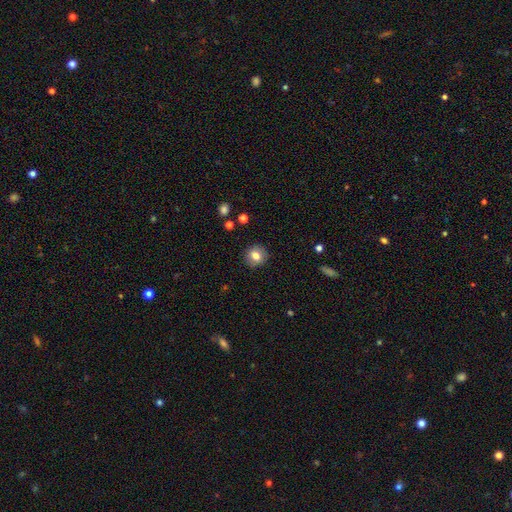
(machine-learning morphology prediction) Smooth or featured: smooth — 78% (featured or disk — 12%)
How rounded: round — 86% (in between — 13%)
Merging: none — 88% (minor disturbance — 8%)